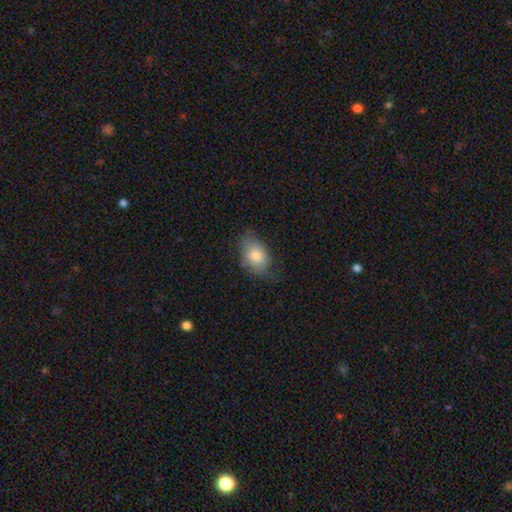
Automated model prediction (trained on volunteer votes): Overall: smooth (79%). How rounded: in between (81%). Merging: none (63%; minor disturbance 28%).